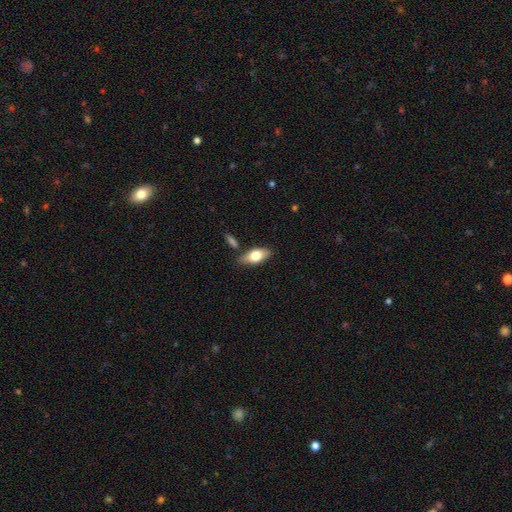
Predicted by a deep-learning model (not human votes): Smooth or featured? Predicted: smooth (p=0.71). How rounded? Predicted: in between (p=0.86). Merging? Predicted: none (p=0.79).